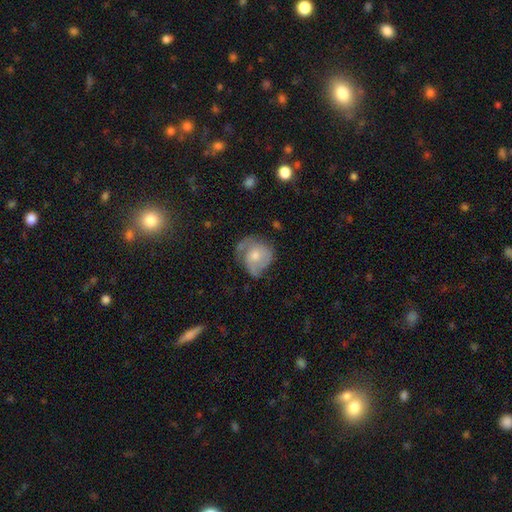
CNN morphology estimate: A featured or disk galaxy (61%) with no bar (79%), spiral arms (81%) and a moderate central bulge (54%). Merging: none (49%).